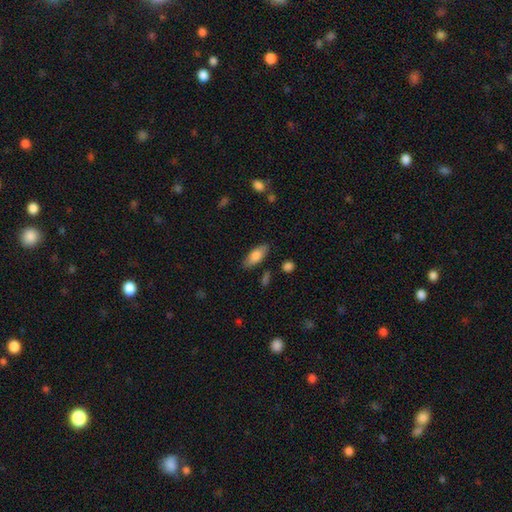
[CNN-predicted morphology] smooth_or_featured: smooth (p=0.78) [alt: featured or disk p=0.16]
how_rounded: in between (p=0.82) [alt: cigar-shaped p=0.16]
merging: none (p=0.84) [alt: minor disturbance p=0.11]